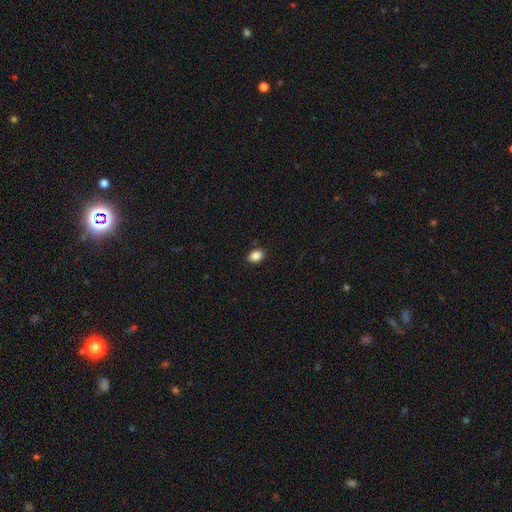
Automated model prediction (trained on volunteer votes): smooth 87%, star or artifact 9%, featured or disk 4%. Down the decision tree: how rounded — in between (82%); merging — none (85%).